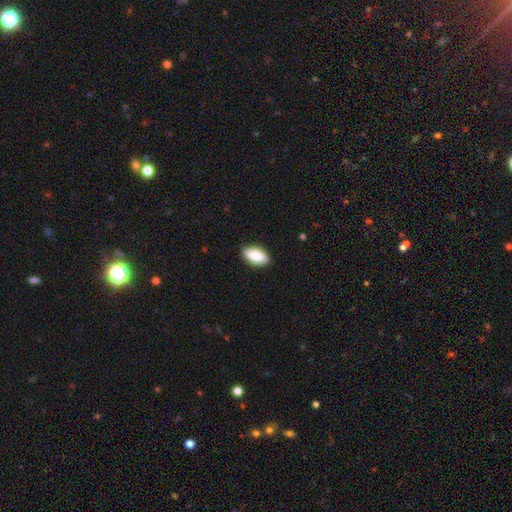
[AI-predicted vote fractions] A smooth galaxy with no disk features (89%) that is in between round and cigar-shaped (93%). Merging: none (88%).